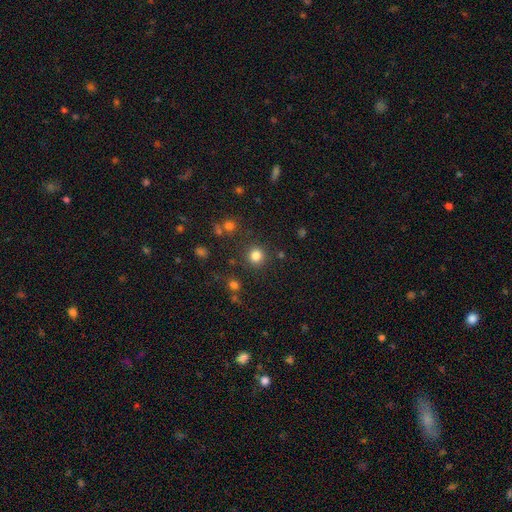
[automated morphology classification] This is clearly a smooth galaxy (82%). How rounded: clearly round (93%). Merging: clearly none (87%).